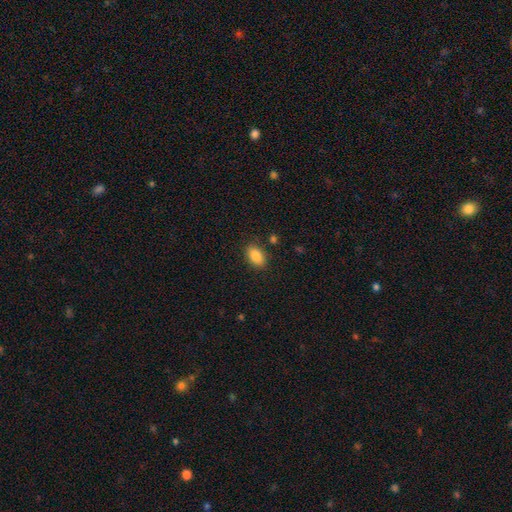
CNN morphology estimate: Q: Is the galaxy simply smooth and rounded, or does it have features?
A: smooth — 87%.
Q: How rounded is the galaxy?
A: in between — 90%.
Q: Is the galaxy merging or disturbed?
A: none — 85%.